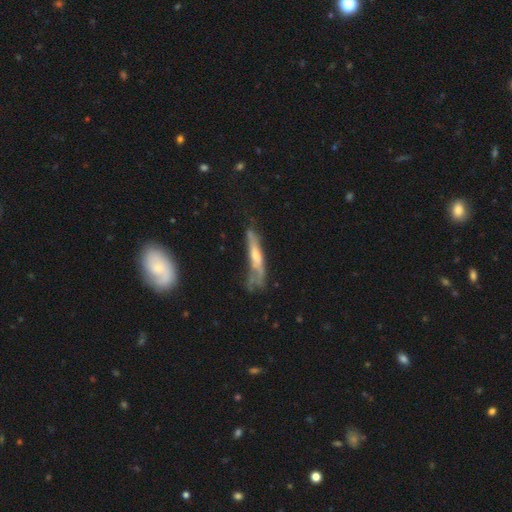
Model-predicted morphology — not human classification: Smooth or featured?
  - featured or disk: 58% *
  - smooth: 34%
  - star or artifact: 7%
Edge-on disk?
  - yes: 72% *
  - no: 28%
Merging?
  - none: 42% *
  - minor disturbance: 28%
  - major disturbance: 24%
  - merger: 6%